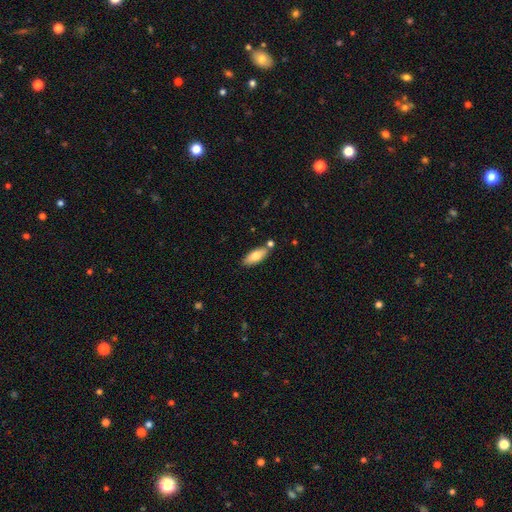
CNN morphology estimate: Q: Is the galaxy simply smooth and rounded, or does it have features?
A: smooth — 73%.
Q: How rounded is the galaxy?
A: in between — 78%.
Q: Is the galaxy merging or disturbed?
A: none — 76%.